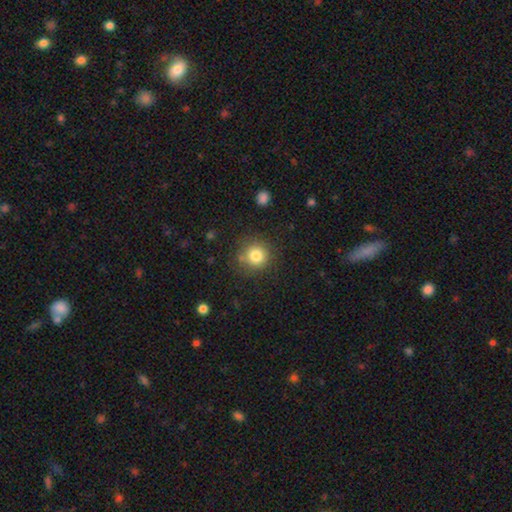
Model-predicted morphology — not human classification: The model was most divided on "merging": none: 81%, minor disturbance: 11%, merger: 4%, major disturbance: 4%. More confident: how rounded — round (92%); smooth or featured — smooth (81%).